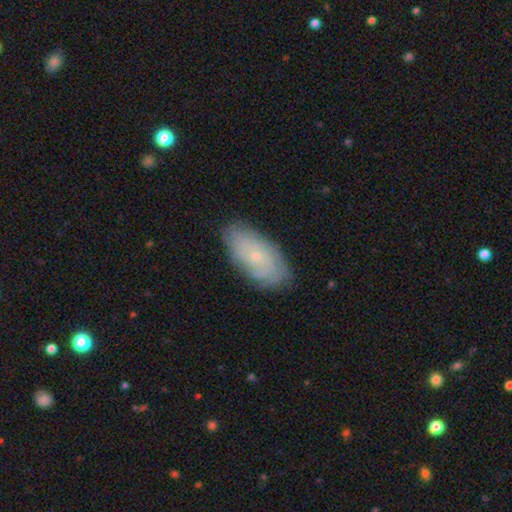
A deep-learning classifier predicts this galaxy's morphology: The model was most divided on "smooth or featured": featured or disk: 54%, smooth: 39%, star or artifact: 8%. More confident: edge-on disk — no (92%); merging — none (80%).